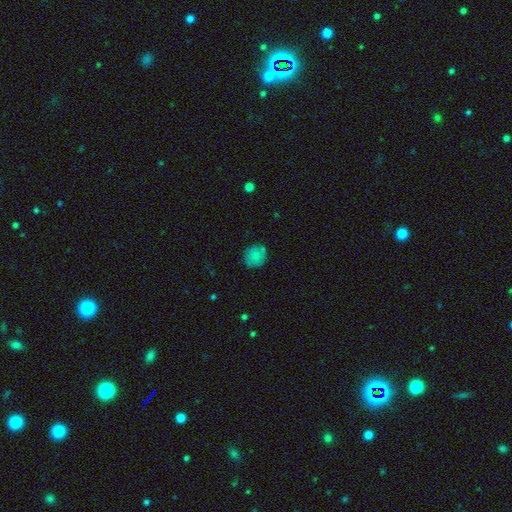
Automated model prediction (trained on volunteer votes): Smooth or featured? smooth (80%)
How rounded? round (77%)
Merging? none (78%)